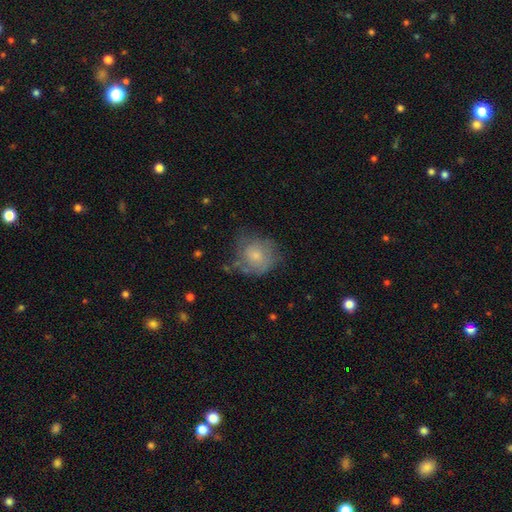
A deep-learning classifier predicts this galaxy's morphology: Overall: smooth (60%; featured or disk 31%). How rounded: round (77%). Merging: none (53%; minor disturbance 29%).